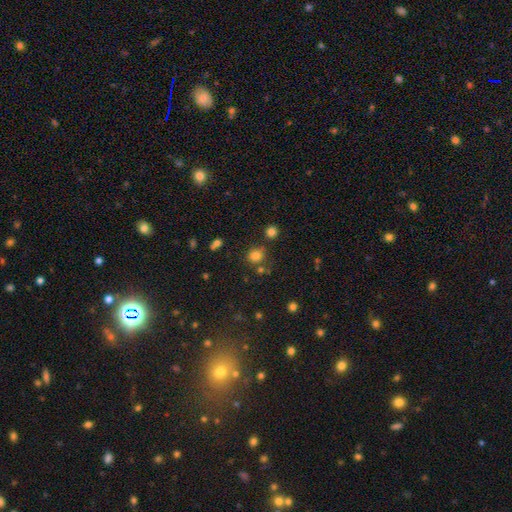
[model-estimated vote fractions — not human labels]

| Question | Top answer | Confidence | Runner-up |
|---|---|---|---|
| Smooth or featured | smooth | 78% | star or artifact (16%) |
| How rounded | round | 82% | in between (18%) |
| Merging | none | 73% | minor disturbance (12%) |